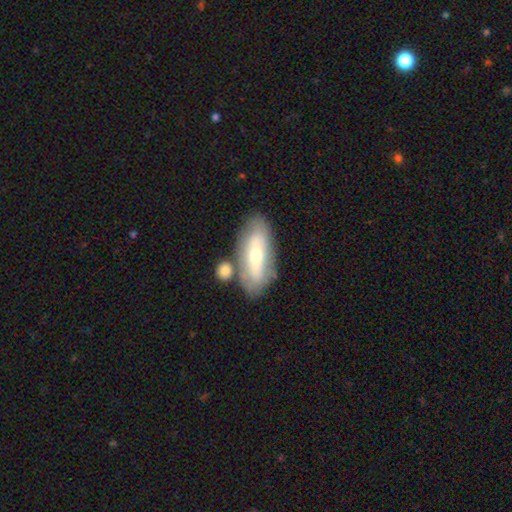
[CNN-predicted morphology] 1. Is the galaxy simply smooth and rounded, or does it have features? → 50% smooth, 44% featured or disk, 6% star or artifact.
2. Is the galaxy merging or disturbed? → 63% none, 16% merger, 15% minor disturbance, 5% major disturbance.